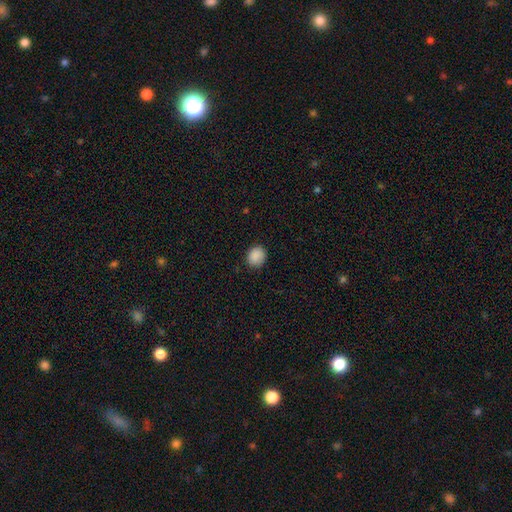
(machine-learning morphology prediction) Smooth or featured?
  - smooth: 89% *
  - star or artifact: 8%
  - featured or disk: 3%
How rounded?
  - round: 70% *
  - in between: 29%
  - cigar-shaped: 1%
Merging?
  - none: 86% *
  - minor disturbance: 11%
  - major disturbance: 2%
  - merger: 1%